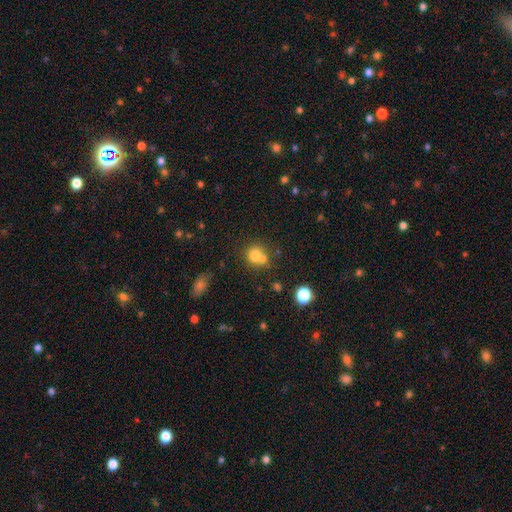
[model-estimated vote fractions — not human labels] Overall: smooth (74%). How rounded: round (81%). Merging: merger (44%; none 43%).